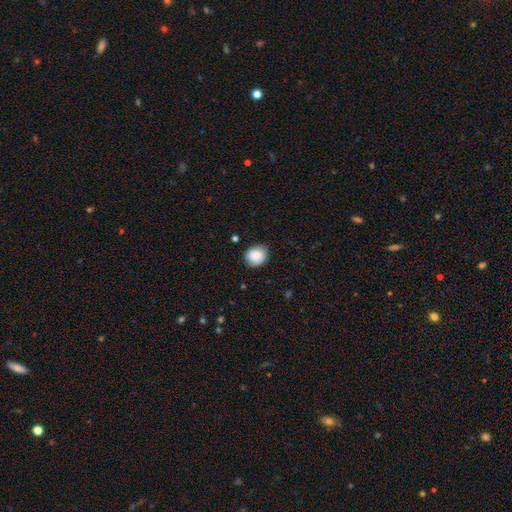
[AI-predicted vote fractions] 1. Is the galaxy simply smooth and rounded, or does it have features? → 83% smooth, 9% featured or disk, 8% star or artifact.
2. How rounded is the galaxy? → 77% round, 22% in between, 1% cigar-shaped.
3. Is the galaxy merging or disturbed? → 80% none, 15% minor disturbance, 3% major disturbance, 1% merger.